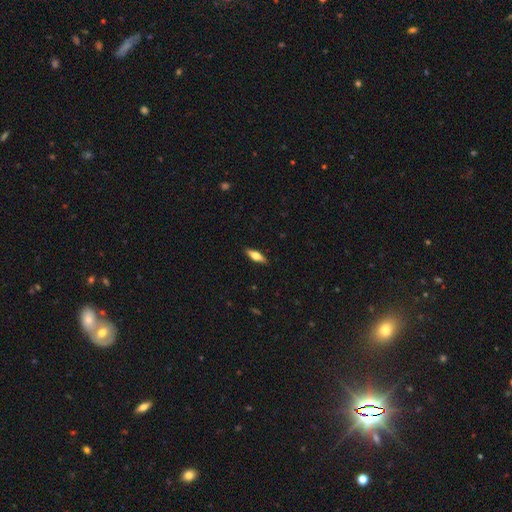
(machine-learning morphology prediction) Smooth or featured?
  - smooth: 56% *
  - featured or disk: 38%
  - star or artifact: 6%
How rounded?
  - in between: 54% *
  - cigar-shaped: 43%
  - round: 3%
Merging?
  - none: 89% *
  - minor disturbance: 8%
  - major disturbance: 2%
  - merger: 1%